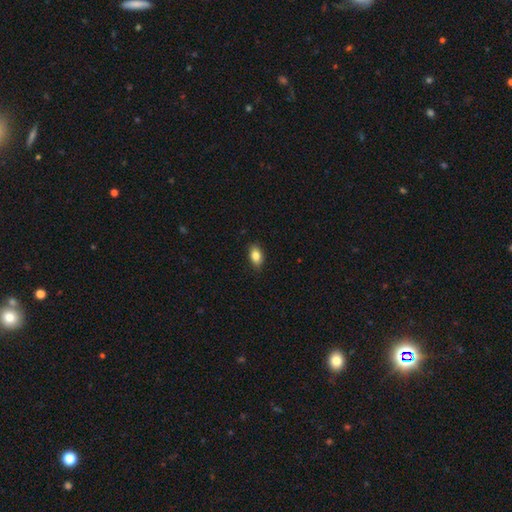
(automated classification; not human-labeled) This is clearly a smooth galaxy (84%). How rounded: clearly in between (88%). Merging: clearly none (86%).